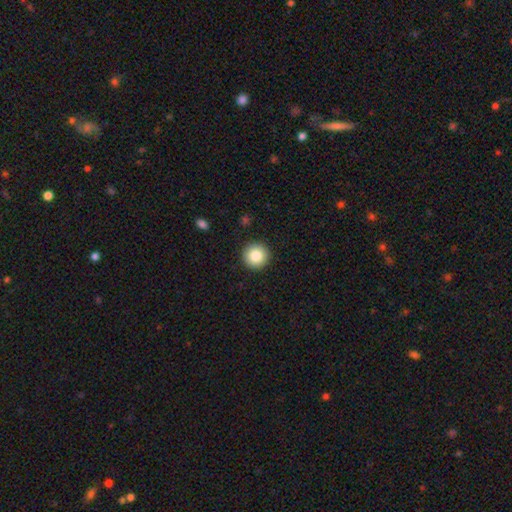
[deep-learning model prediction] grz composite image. It shows a smooth galaxy with no disk features (85%) that is round (96%). Merging: none (92%).